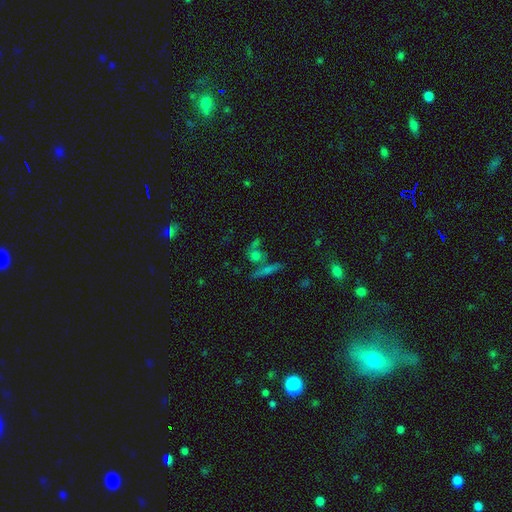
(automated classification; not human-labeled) star or artifact 47%, smooth 28%, featured or disk 25%.